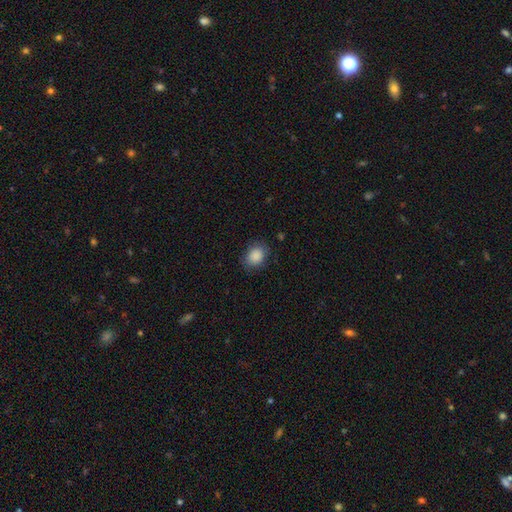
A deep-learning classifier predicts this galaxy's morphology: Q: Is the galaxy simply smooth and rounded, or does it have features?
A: smooth — 89%.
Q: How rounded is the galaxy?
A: round — 52%.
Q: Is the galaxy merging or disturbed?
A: none — 80%.